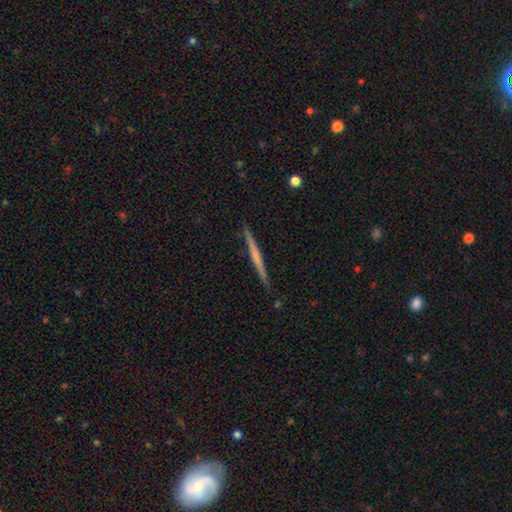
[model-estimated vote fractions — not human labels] featured or disk 58%, smooth 36%, star or artifact 5%. Down the decision tree: edge-on disk — yes (98%); edge-on bulge — none (72%); merging — none (90%).